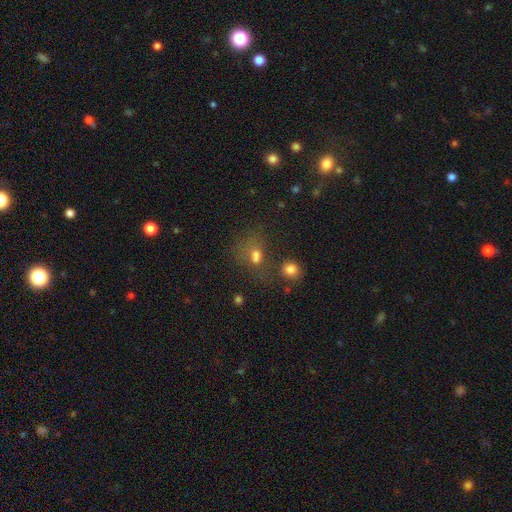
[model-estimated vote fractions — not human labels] smooth_or_featured: smooth (p=0.66) [alt: star or artifact p=0.20]
how_rounded: round (p=0.51) [alt: in between p=0.47]
merging: merger (p=0.40) [alt: none p=0.36]